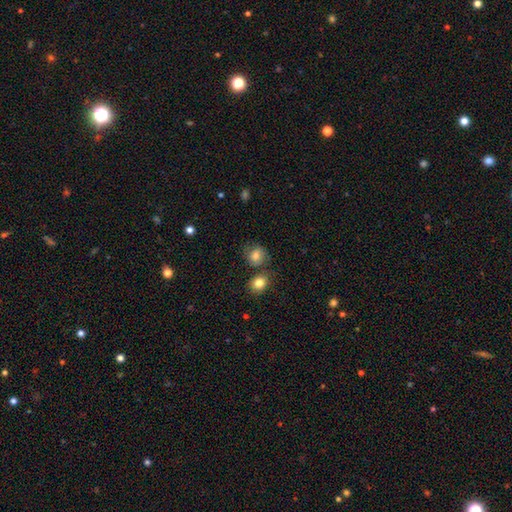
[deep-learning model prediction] Smooth or featured? smooth (76%)
How rounded? round (77%)
Merging? none (66%)